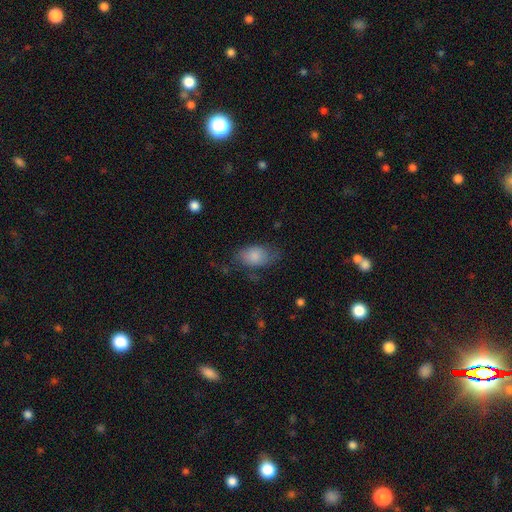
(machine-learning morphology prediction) type=smooth (76%); roundness=in between (89%); merging=none (57%).